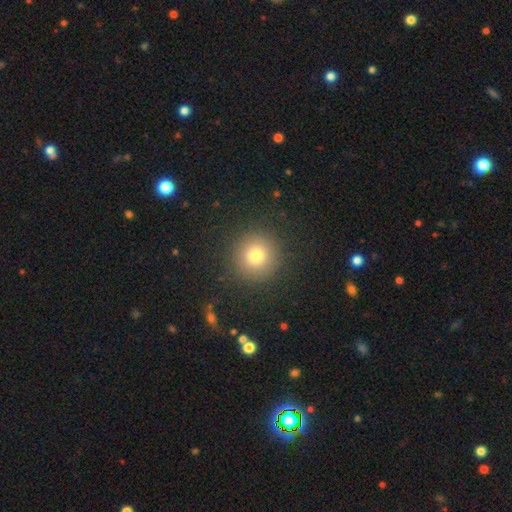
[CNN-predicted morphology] Smooth or featured? smooth (76%)
How rounded? round (95%)
Merging? none (90%)